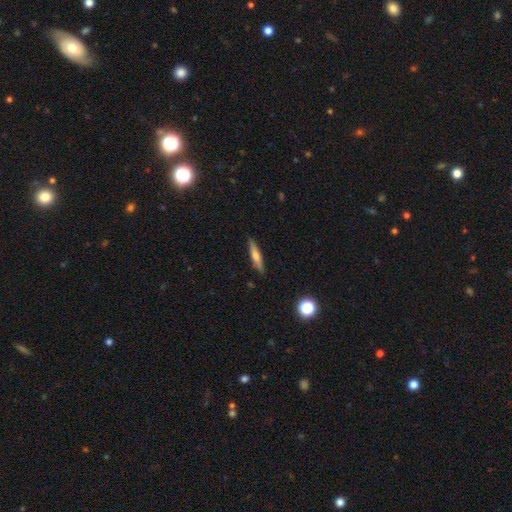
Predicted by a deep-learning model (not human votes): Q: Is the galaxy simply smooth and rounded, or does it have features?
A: smooth — 57%.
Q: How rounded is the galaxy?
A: cigar-shaped — 86%.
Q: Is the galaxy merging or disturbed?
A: none — 89%.